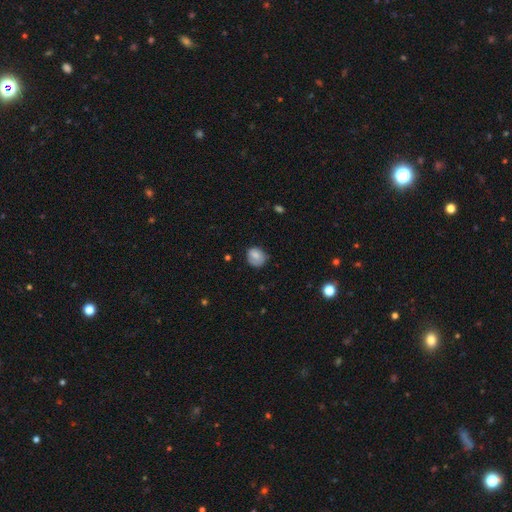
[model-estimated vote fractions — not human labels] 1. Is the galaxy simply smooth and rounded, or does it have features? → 76% smooth, 15% featured or disk, 9% star or artifact.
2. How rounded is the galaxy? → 63% round, 36% in between, 1% cigar-shaped.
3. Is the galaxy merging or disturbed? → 64% none, 26% minor disturbance, 8% major disturbance, 2% merger.